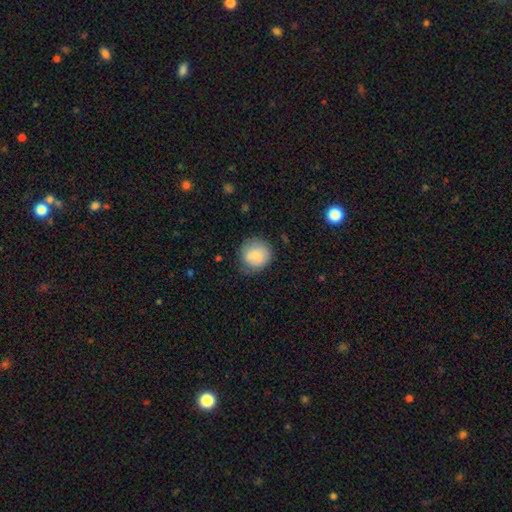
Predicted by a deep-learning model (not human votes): smooth 78%, featured or disk 14%, star or artifact 8%. Down the decision tree: how rounded — round (88%); merging — none (69%).